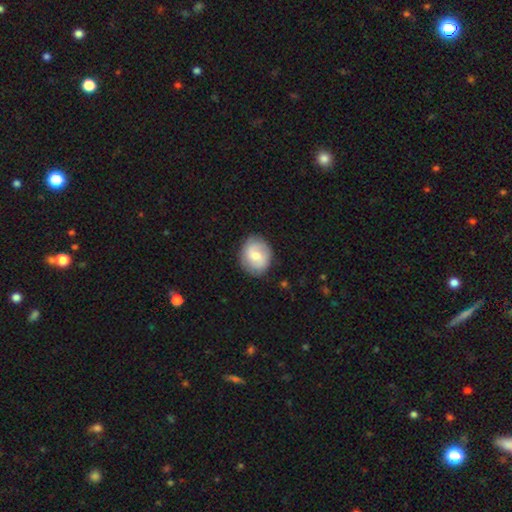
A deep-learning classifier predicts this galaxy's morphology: A smooth galaxy with no disk features (52%) that is round (66%).

Vote fractions:
- Smooth or featured? smooth: 52% / featured or disk: 42% / star or artifact: 6%
- How rounded? round: 66% / in between: 33% / cigar-shaped: 1%
- Merging? none: 83% / minor disturbance: 13% / major disturbance: 3% / merger: 1%